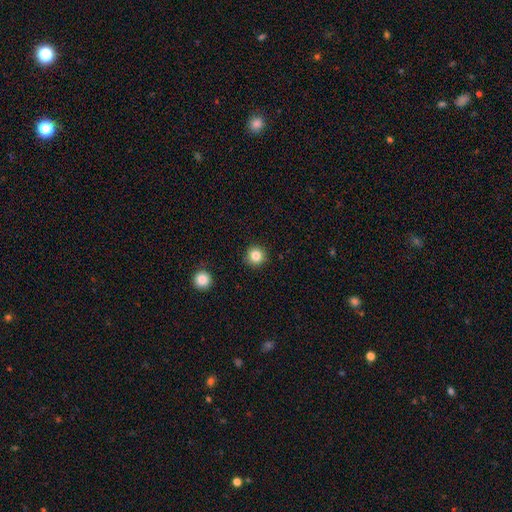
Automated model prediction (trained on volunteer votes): Smooth or featured?
  - smooth: 83% *
  - star or artifact: 11%
  - featured or disk: 6%
How rounded?
  - round: 95% *
  - in between: 4%
  - cigar-shaped: 1%
Merging?
  - none: 91% *
  - minor disturbance: 6%
  - major disturbance: 2%
  - merger: 1%